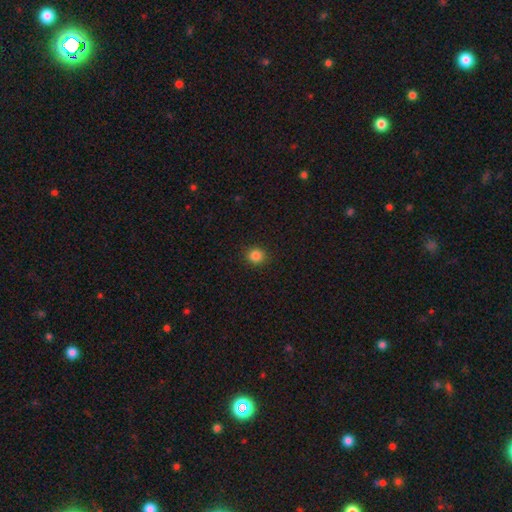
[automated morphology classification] smooth_or_featured: smooth (p=0.85) [alt: star or artifact p=0.12]
how_rounded: round (p=0.89) [alt: in between p=0.10]
merging: none (p=0.91) [alt: minor disturbance p=0.06]